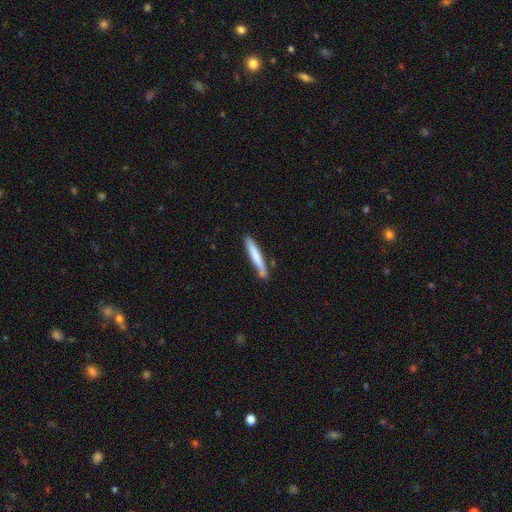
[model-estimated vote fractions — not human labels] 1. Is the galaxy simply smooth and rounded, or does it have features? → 74% smooth, 21% featured or disk, 5% star or artifact.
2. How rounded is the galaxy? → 95% cigar-shaped, 4% in between, 1% round.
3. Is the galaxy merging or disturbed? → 79% none, 14% minor disturbance, 5% merger, 2% major disturbance.